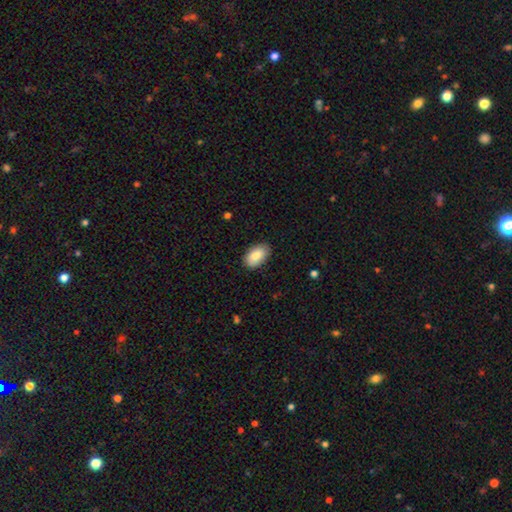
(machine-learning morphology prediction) type=smooth (82%); roundness=in between (93%); merging=none (86%).